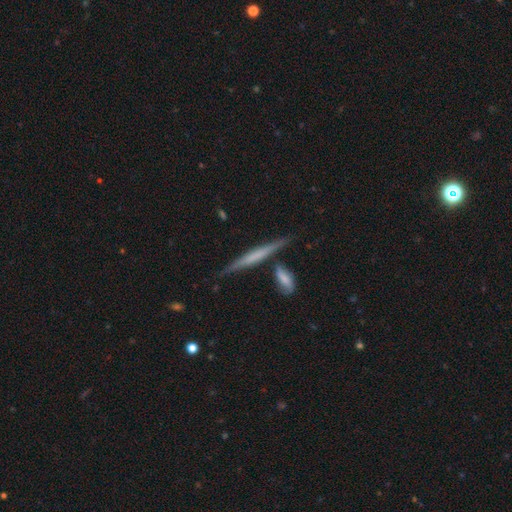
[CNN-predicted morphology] Q: Smooth or featured?
A: featured or disk (61%); runner-up: smooth (32%)
Q: Edge-on disk?
A: yes (96%); runner-up: no (4%)
Q: Edge-on bulge?
A: none (51%); runner-up: rounded (27%)
Q: Merging?
A: none (75%); runner-up: minor disturbance (11%)